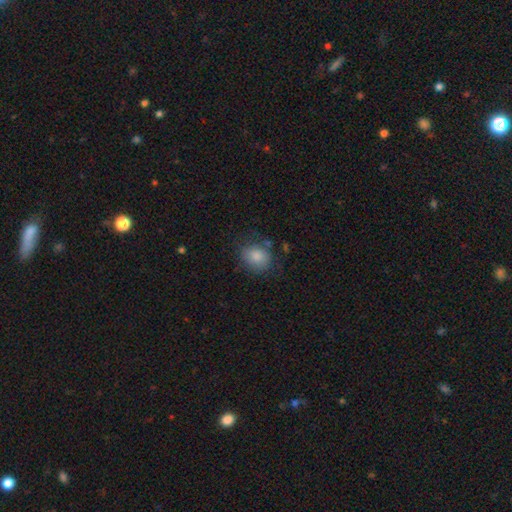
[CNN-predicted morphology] Smooth or featured: smooth — 81% (star or artifact — 11%)
How rounded: round — 58% (in between — 41%)
Merging: none — 74% (minor disturbance — 17%)